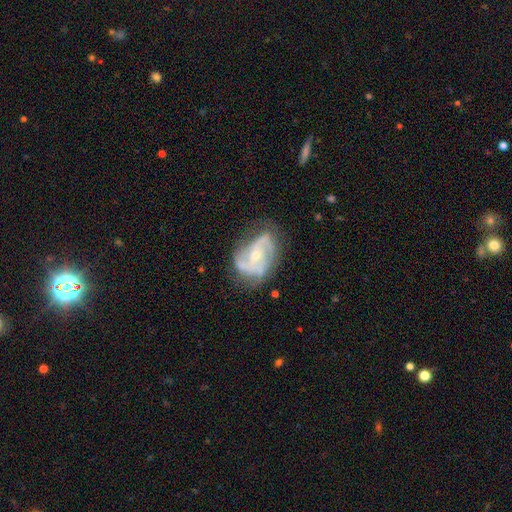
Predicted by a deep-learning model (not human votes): Morphology: type=featured or disk (83%); edge-on=no (97%); bar=no (56%); spiral arms=yes (90%); winding=medium (46%); arm count=2 (47%); bulge=small (59%); merging=none (55%).